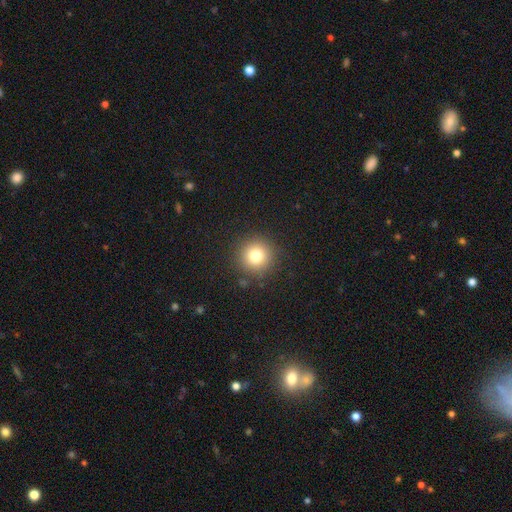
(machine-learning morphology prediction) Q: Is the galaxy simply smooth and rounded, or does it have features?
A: smooth — 77%.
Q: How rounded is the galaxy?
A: round — 95%.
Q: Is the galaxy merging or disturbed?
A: none — 89%.